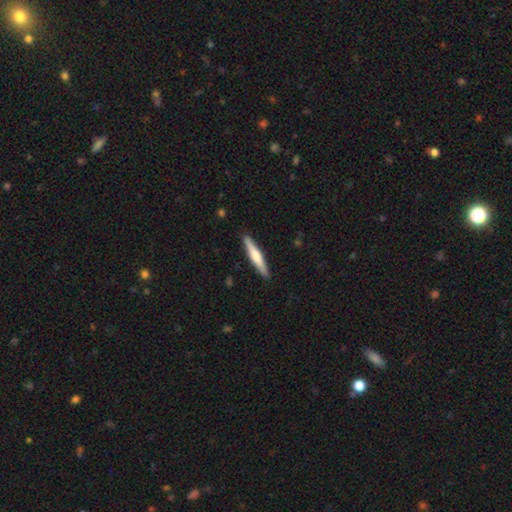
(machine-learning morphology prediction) A smooth galaxy with no disk features (52%) that is cigar-shaped (92%). Merging: none (90%).